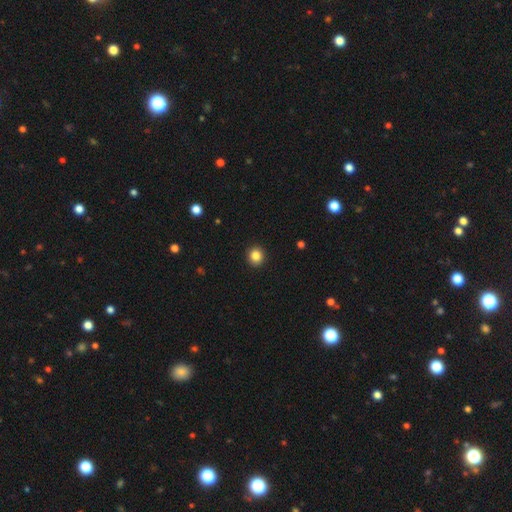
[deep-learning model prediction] A smooth galaxy with no disk features (85%) that is round (90%).

Vote fractions:
- Smooth or featured? smooth: 85% / star or artifact: 11% / featured or disk: 5%
- How rounded? round: 90% / in between: 9% / cigar-shaped: 1%
- Merging? none: 93% / minor disturbance: 5% / major disturbance: 2% / merger: 1%